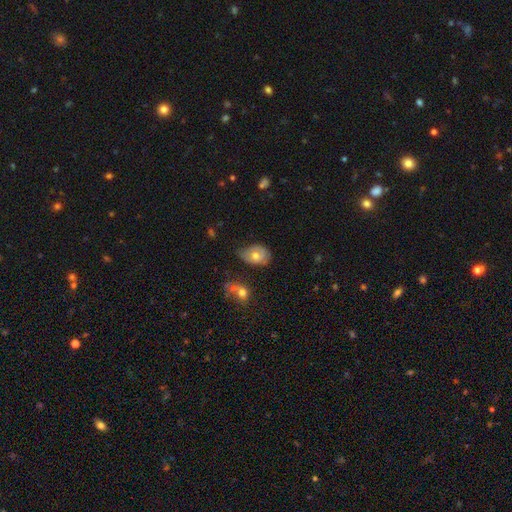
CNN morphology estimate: This is possibly a smooth galaxy (59%). How rounded: likely in between (77%). Merging: possibly none (47%).